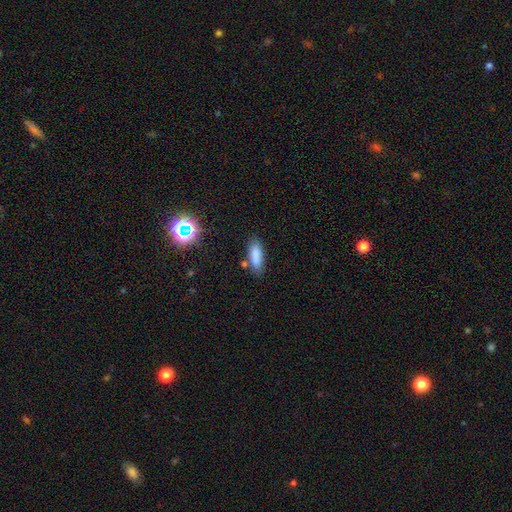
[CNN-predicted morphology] This appears to be a smooth galaxy with no disk features (83%) that is in between round and cigar-shaped (62%). Merging: none (76%).